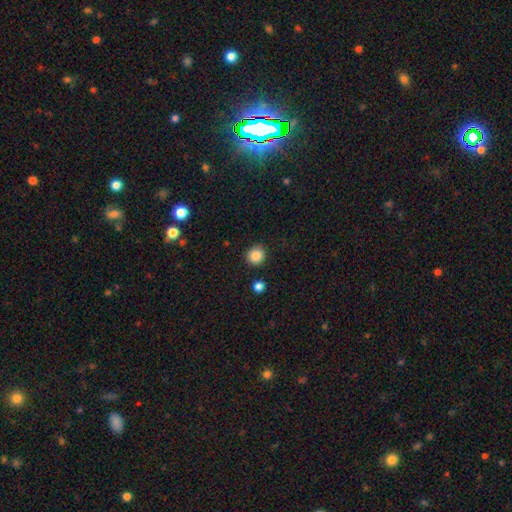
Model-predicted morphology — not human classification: Smooth or featured? smooth (86%)
How rounded? round (92%)
Merging? none (90%)